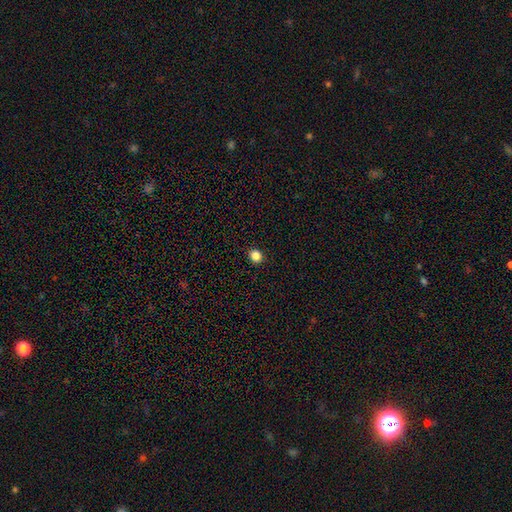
Morphology: type=smooth (92%); roundness=round (69%); merging=none (89%).